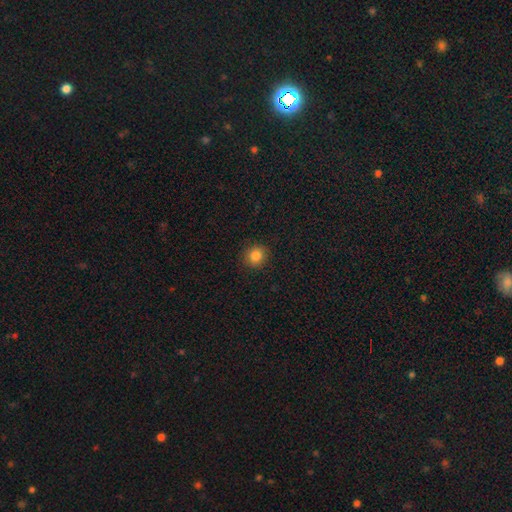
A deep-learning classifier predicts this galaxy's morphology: Smooth or featured? smooth (84%)
How rounded? round (88%)
Merging? none (91%)